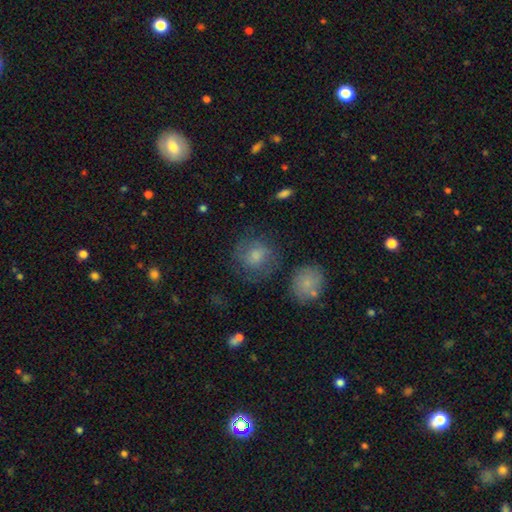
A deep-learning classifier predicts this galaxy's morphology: This is likely a smooth galaxy (66%). How rounded: clearly round (83%). Merging: likely none (66%).